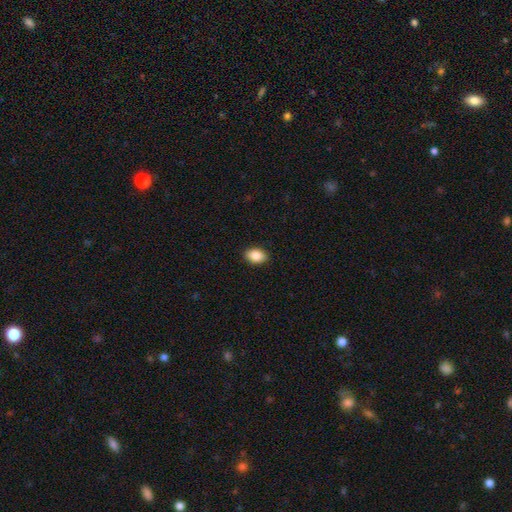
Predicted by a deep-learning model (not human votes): Q: Smooth or featured?
A: smooth (89%); runner-up: star or artifact (7%)
Q: How rounded?
A: in between (83%); runner-up: round (16%)
Q: Merging?
A: none (90%); runner-up: minor disturbance (7%)